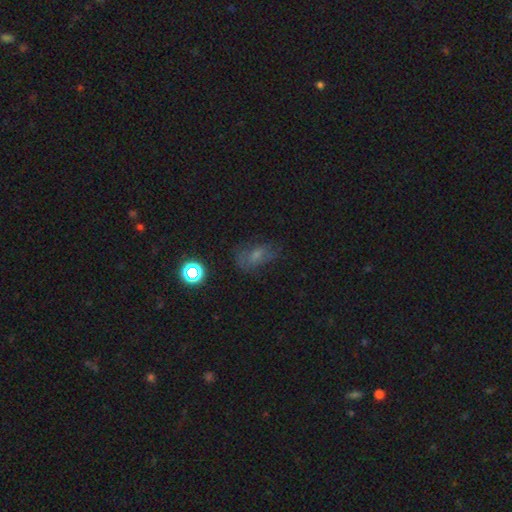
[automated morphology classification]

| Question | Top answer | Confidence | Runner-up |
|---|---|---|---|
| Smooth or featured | smooth | 49% | featured or disk (26%) |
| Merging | none | 54% | minor disturbance (25%) |